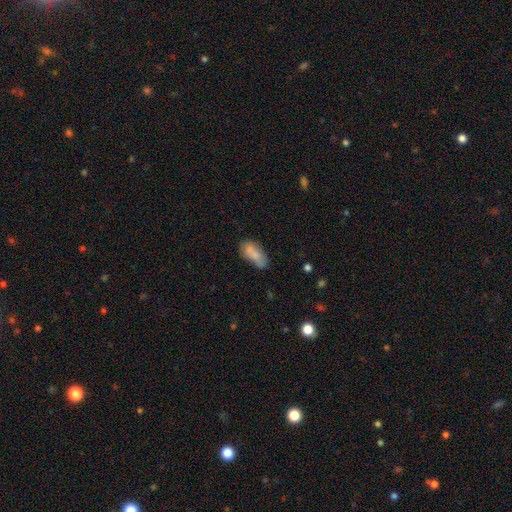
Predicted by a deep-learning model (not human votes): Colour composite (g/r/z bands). It shows a smooth galaxy with no disk features (80%) that is in between round and cigar-shaped (85%). Merging: none (56%).